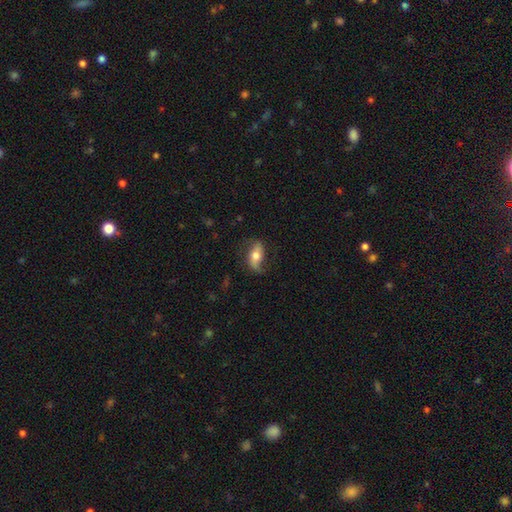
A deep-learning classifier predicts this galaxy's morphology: type=featured or disk (51%); edge-on=no (83%); merging=none (69%).